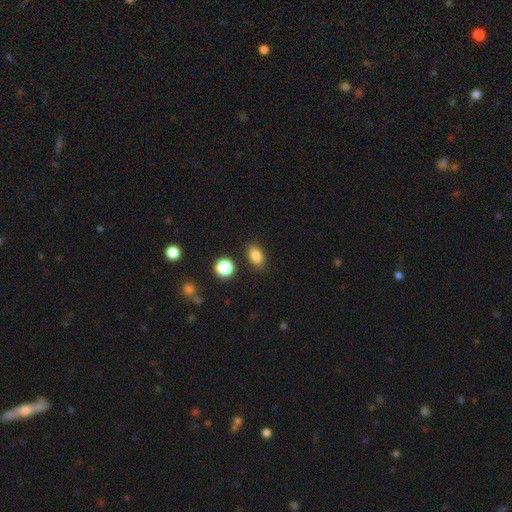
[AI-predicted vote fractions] Morphology: type=smooth (83%); roundness=in between (83%); merging=none (85%).